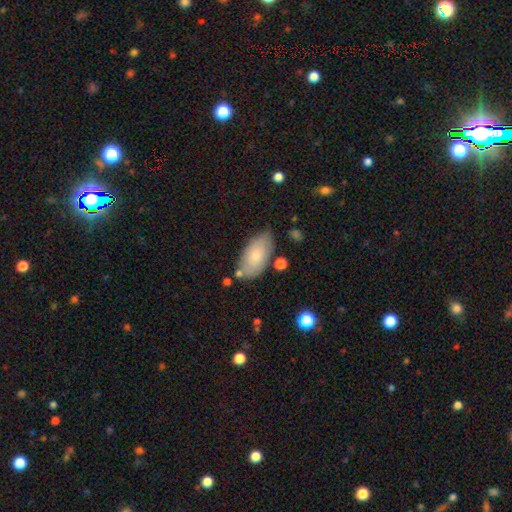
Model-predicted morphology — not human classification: The model was most divided on "merging": none: 74%, minor disturbance: 17%, merger: 5%, major disturbance: 4%. More confident: how rounded — in between (94%); smooth or featured — smooth (79%).